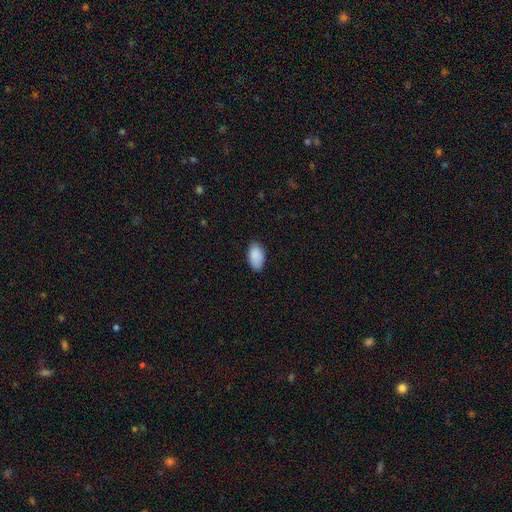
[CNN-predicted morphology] Smooth or featured: smooth — 89% (star or artifact — 7%)
How rounded: in between — 95% (round — 4%)
Merging: none — 80% (minor disturbance — 16%)